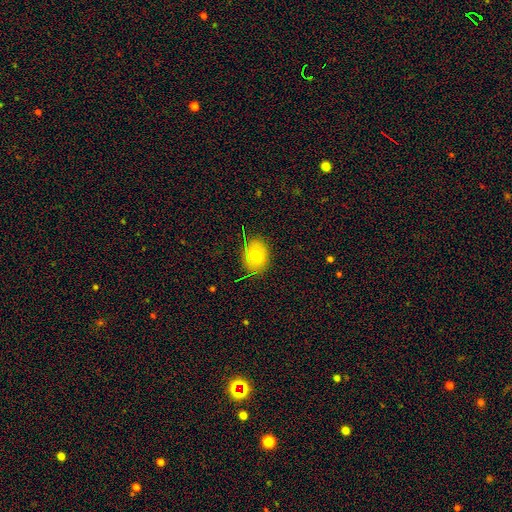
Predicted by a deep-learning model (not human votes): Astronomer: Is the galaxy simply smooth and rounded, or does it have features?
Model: smooth — 70%.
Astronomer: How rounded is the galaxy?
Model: in between — 61% (runner-up: round, 37%).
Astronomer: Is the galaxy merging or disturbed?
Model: none — 81%.